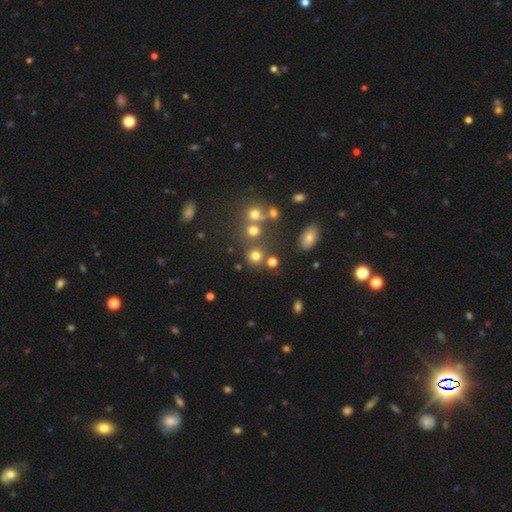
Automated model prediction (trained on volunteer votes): This is likely a smooth galaxy (74%). How rounded: clearly round (89%). Merging: likely none (71%).